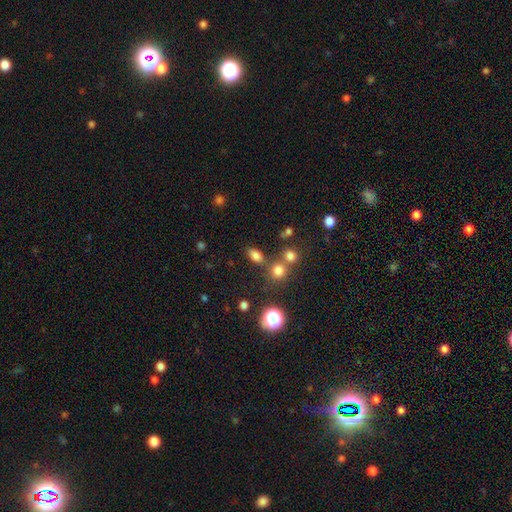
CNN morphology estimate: A smooth galaxy with no disk features (77%) that is in between round and cigar-shaped (80%).

Vote fractions:
- Smooth or featured? smooth: 77% / star or artifact: 16% / featured or disk: 6%
- How rounded? in between: 80% / round: 17% / cigar-shaped: 3%
- Merging? none: 70% / merger: 14% / minor disturbance: 12% / major disturbance: 5%